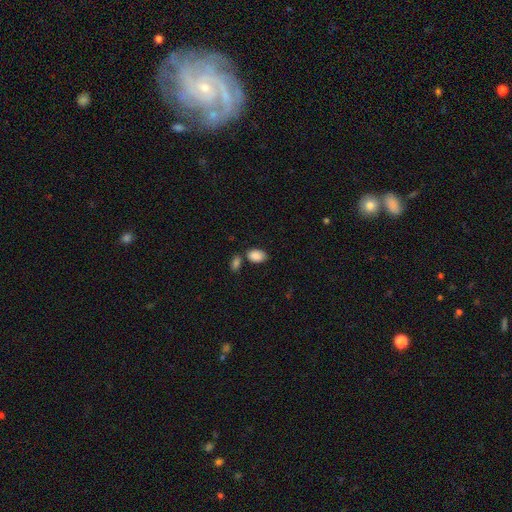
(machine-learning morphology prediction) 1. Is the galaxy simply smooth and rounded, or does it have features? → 89% smooth, 7% star or artifact, 4% featured or disk.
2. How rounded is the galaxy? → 90% in between, 9% round, 1% cigar-shaped.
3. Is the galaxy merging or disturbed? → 62% none, 19% merger, 14% minor disturbance, 4% major disturbance.